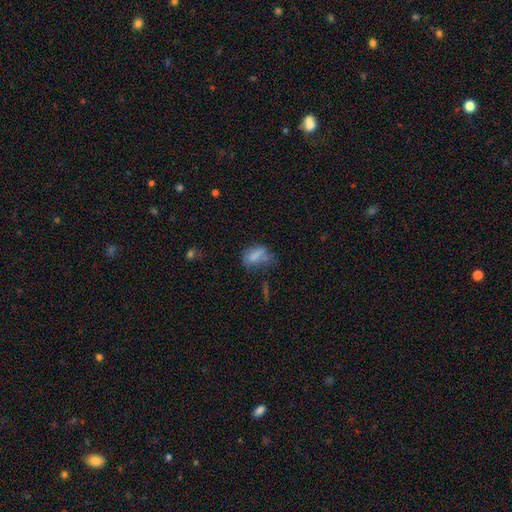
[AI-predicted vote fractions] smooth-or-featured: smooth: 71% | featured or disk: 16% | star or artifact: 12%
  how-rounded: in between: 80% | round: 13% | cigar-shaped: 7%
  merging: none: 38% | minor disturbance: 30% | major disturbance: 25% | merger: 7%